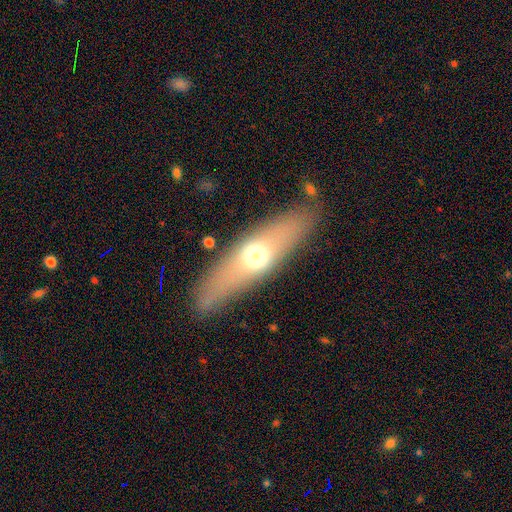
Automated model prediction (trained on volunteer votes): Smooth or featured: smooth — 52% (featured or disk — 38%)
How rounded: cigar-shaped — 52% (in between — 43%)
Merging: none — 85% (minor disturbance — 9%)